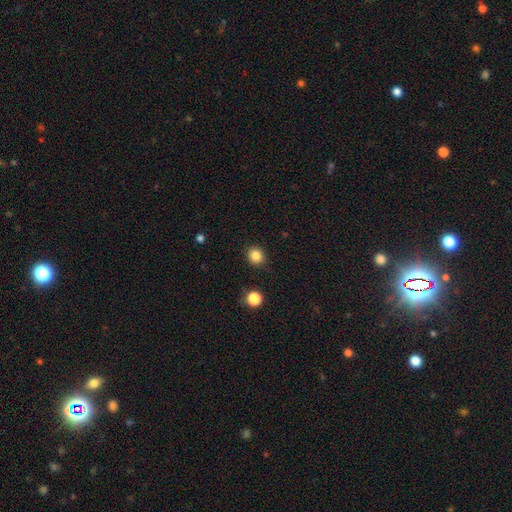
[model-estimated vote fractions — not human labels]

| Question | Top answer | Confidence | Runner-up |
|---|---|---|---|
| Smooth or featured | smooth | 84% | star or artifact (12%) |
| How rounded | round | 84% | in between (15%) |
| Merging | none | 89% | minor disturbance (7%) |